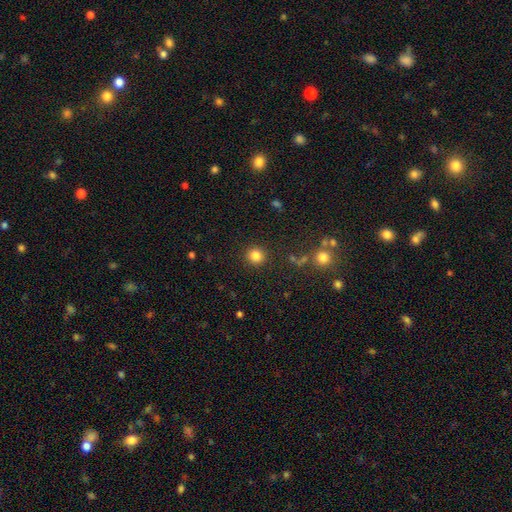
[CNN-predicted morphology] type=smooth (83%); roundness=round (92%); merging=none (90%).